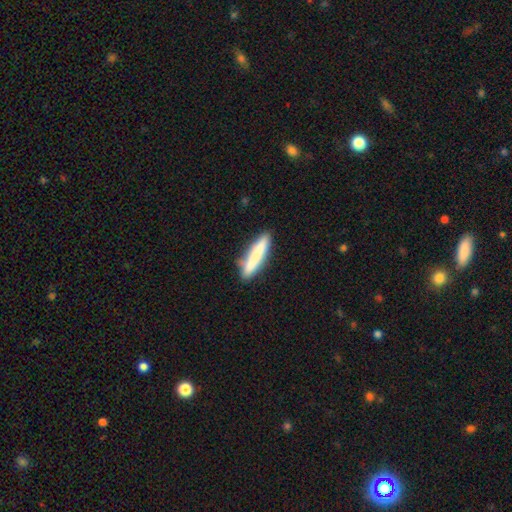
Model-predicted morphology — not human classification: Q: Smooth or featured?
A: smooth (77%); runner-up: featured or disk (17%)
Q: How rounded?
A: cigar-shaped (89%); runner-up: in between (10%)
Q: Merging?
A: none (81%); runner-up: minor disturbance (13%)